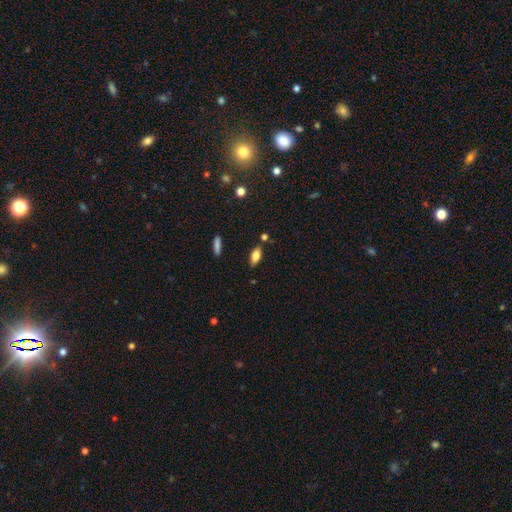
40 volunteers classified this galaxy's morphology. smooth-or-featured: smooth: 78% | featured or disk: 15% | star or artifact: 8%
  how-rounded: in between: 58% | cigar-shaped: 39% | round: 3%
  merging: none: 73% | minor disturbance: 16% | major disturbance: 5% | merger: 5%